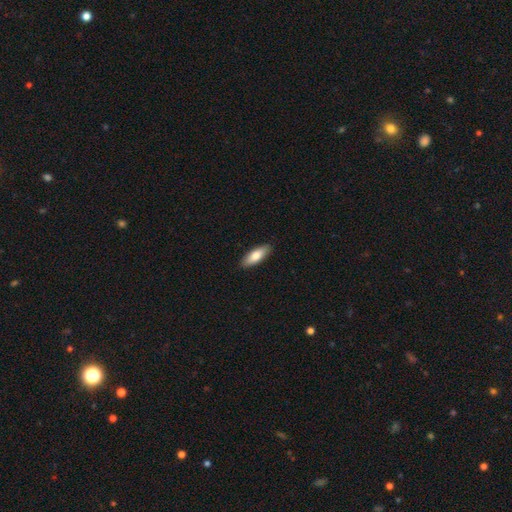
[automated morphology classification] Smooth or featured? smooth (79%)
How rounded? in between (65%)
Merging? none (90%)